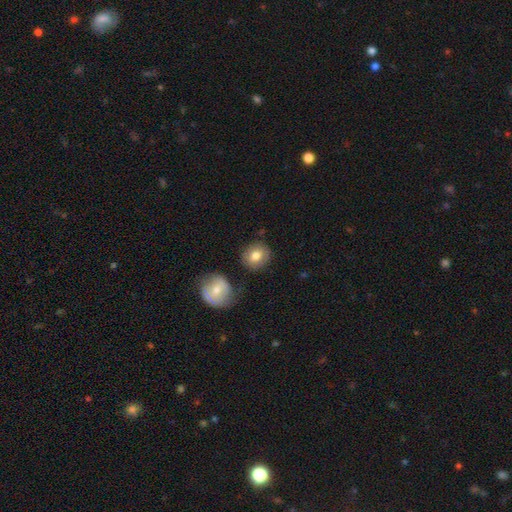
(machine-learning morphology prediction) type=smooth (80%); roundness=round (83%); merging=none (79%).